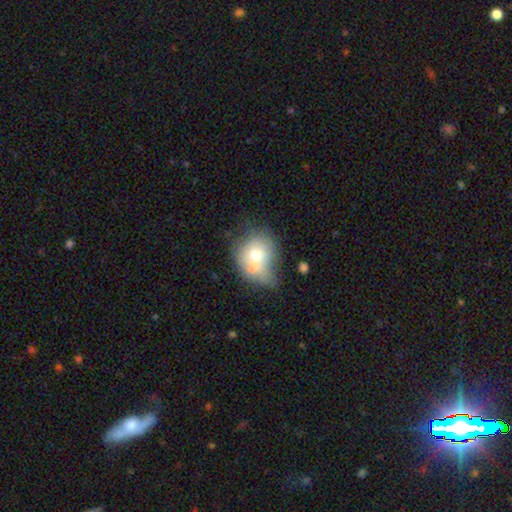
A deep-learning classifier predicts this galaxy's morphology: This appears to be a smooth galaxy with no disk features (63%) that is round (65%). Merging: merger (41%).